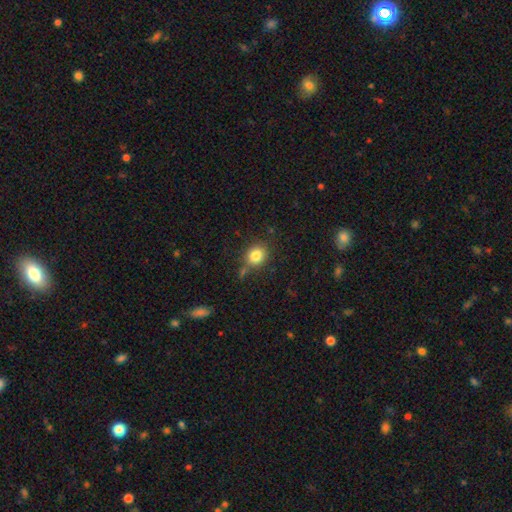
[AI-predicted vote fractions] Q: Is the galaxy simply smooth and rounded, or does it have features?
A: smooth — 83%.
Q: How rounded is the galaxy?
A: round — 75%.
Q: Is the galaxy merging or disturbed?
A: none — 73%.